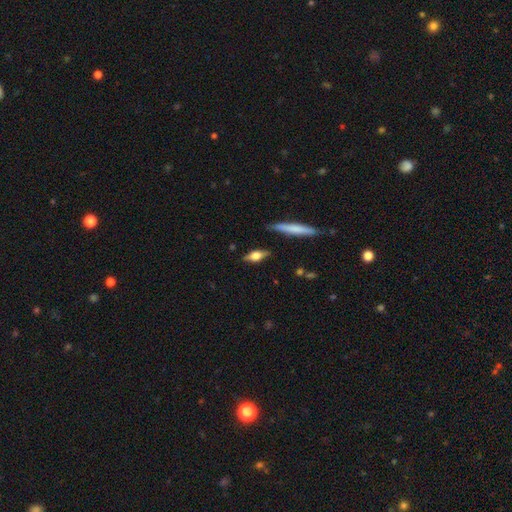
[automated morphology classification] A smooth galaxy with no disk features (50%) that is in between round and cigar-shaped (56%).

Vote fractions:
- Smooth or featured? smooth: 50% / featured or disk: 43% / star or artifact: 7%
- How rounded? in between: 56% / cigar-shaped: 39% / round: 5%
- Merging? none: 80% / minor disturbance: 14% / major disturbance: 3% / merger: 2%